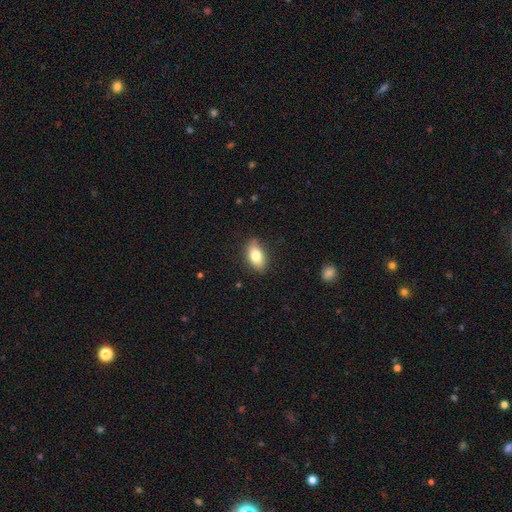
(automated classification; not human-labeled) Smooth or featured?
  - smooth: 77% *
  - featured or disk: 15%
  - star or artifact: 8%
How rounded?
  - in between: 88% *
  - round: 6%
  - cigar-shaped: 5%
Merging?
  - none: 84% *
  - minor disturbance: 13%
  - major disturbance: 3%
  - merger: 1%